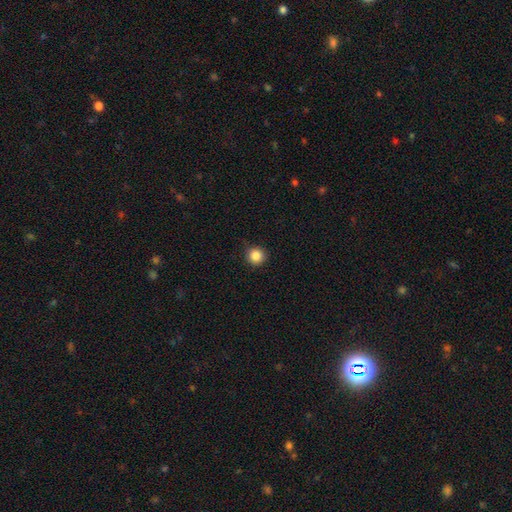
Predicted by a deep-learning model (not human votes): Smooth or featured?
  - smooth: 86% *
  - star or artifact: 10%
  - featured or disk: 4%
How rounded?
  - round: 95% *
  - in between: 4%
  - cigar-shaped: 1%
Merging?
  - none: 88% *
  - minor disturbance: 9%
  - major disturbance: 2%
  - merger: 1%